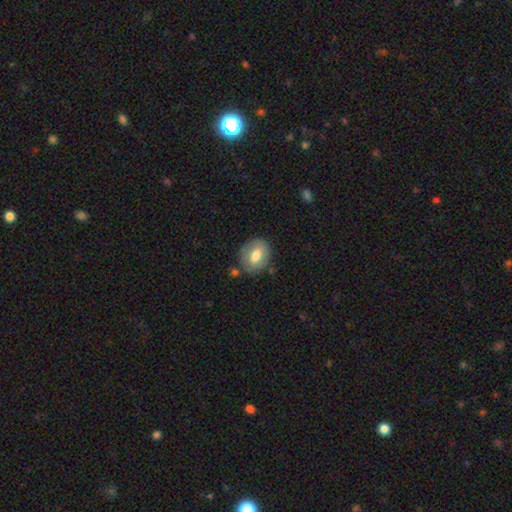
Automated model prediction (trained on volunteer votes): smooth-or-featured: smooth: 67% | featured or disk: 26% | star or artifact: 7%
  how-rounded: in between: 50% | round: 49% | cigar-shaped: 1%
  merging: none: 77% | minor disturbance: 15% | merger: 4% | major disturbance: 4%